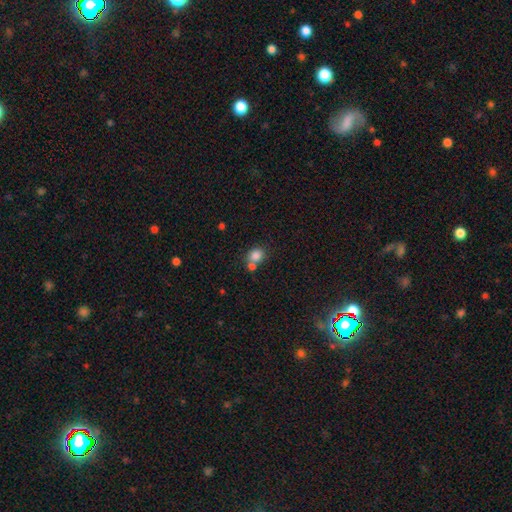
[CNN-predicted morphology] smooth_or_featured: smooth (p=0.83) [alt: star or artifact p=0.11]
how_rounded: round (p=0.70) [alt: in between p=0.29]
merging: none (p=0.52) [alt: merger p=0.34]